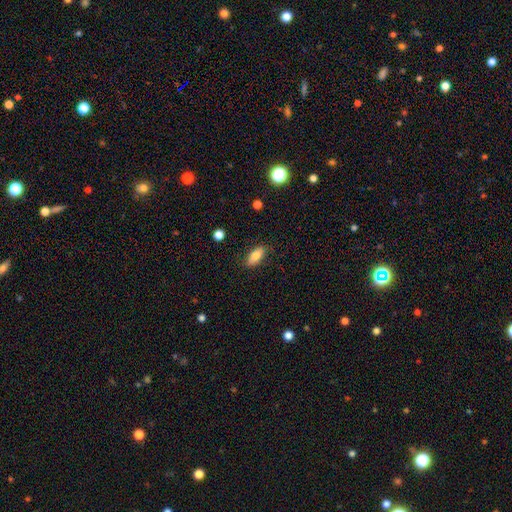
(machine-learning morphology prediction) A smooth galaxy with no disk features (76%) that is in between round and cigar-shaped (83%). Merging: none (85%).